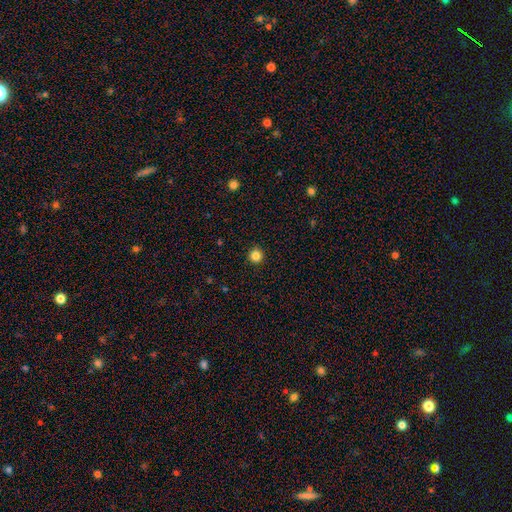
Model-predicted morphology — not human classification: type=smooth (84%); roundness=round (95%); merging=none (93%).